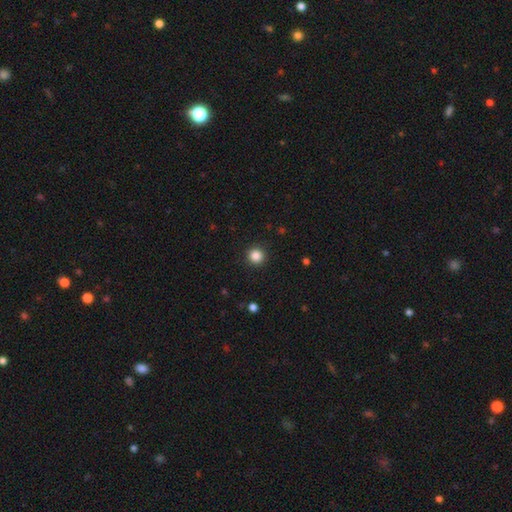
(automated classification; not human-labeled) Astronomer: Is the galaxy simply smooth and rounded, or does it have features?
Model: smooth — 86%.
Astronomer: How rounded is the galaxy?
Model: round — 95%.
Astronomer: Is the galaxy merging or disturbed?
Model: none — 92%.